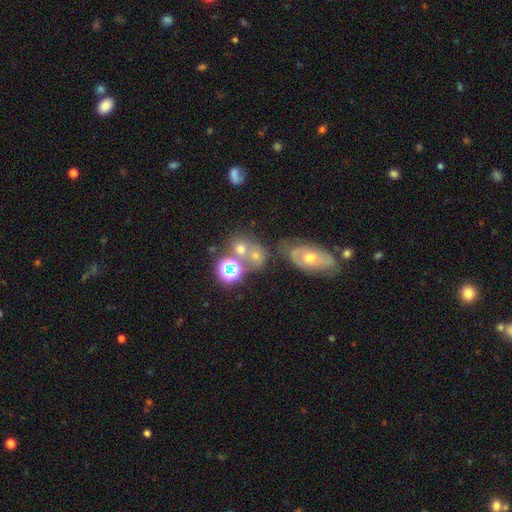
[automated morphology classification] smooth 46%, star or artifact 29%, featured or disk 25%. Down the decision tree: merging — none (43%).